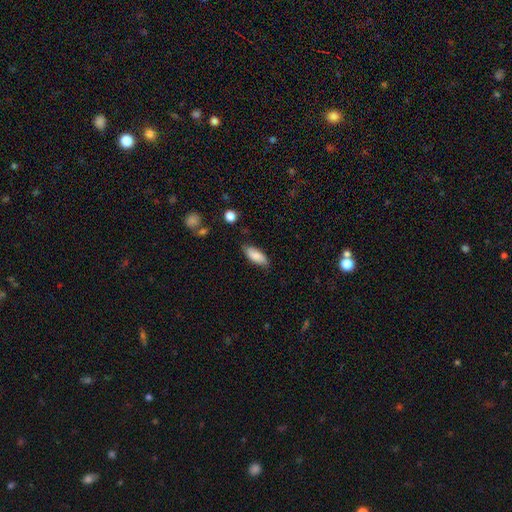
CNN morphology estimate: A smooth galaxy with no disk features (83%) that is in between round and cigar-shaped (79%).

Vote fractions:
- Smooth or featured? smooth: 83% / featured or disk: 11% / star or artifact: 7%
- How rounded? in between: 79% / cigar-shaped: 19% / round: 2%
- Merging? none: 78% / minor disturbance: 17% / major disturbance: 3% / merger: 2%